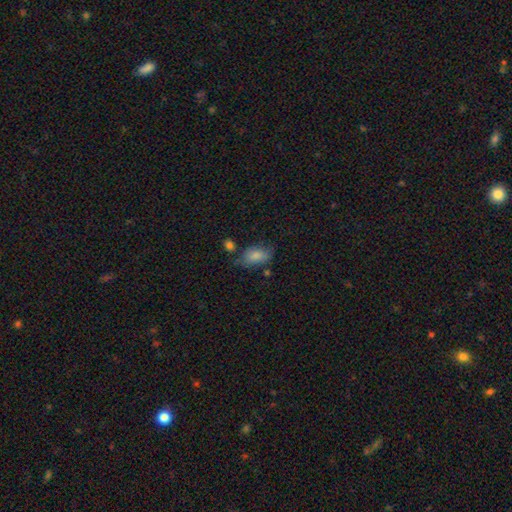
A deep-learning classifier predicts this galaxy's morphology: A smooth galaxy with no disk features (81%) that is in between round and cigar-shaped (90%).

Vote fractions:
- Smooth or featured? smooth: 81% / featured or disk: 11% / star or artifact: 8%
- How rounded? in between: 90% / round: 7% / cigar-shaped: 2%
- Merging? none: 53% / minor disturbance: 29% / major disturbance: 10% / merger: 7%